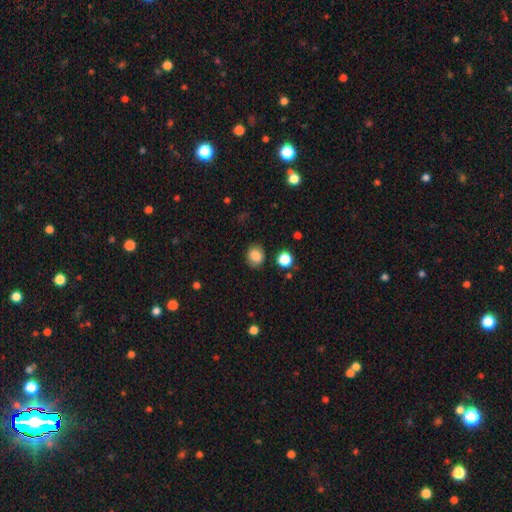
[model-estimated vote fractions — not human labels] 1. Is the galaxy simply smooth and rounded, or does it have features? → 84% smooth, 10% star or artifact, 6% featured or disk.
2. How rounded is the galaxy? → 61% round, 38% in between, 1% cigar-shaped.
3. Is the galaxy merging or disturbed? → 83% none, 12% minor disturbance, 4% major disturbance, 2% merger.